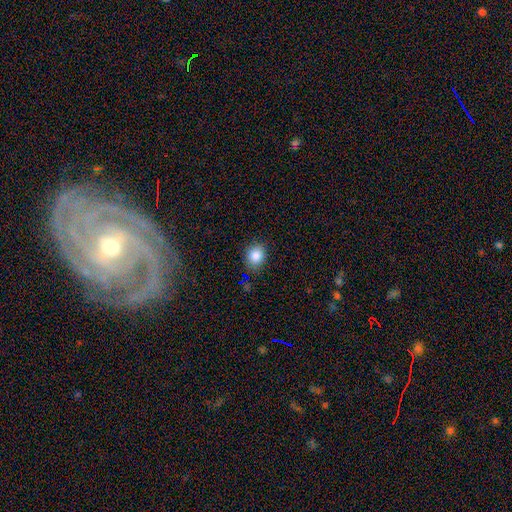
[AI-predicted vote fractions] Overall: smooth (85%). How rounded: round (62%; in between 37%). Merging: none (82%).